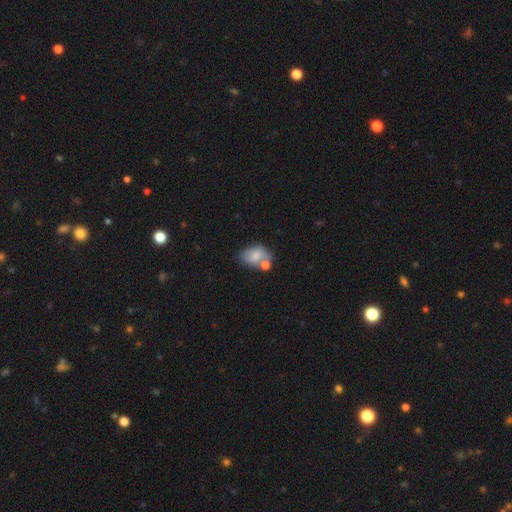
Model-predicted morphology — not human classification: This appears to be a smooth galaxy with no disk features (72%) that is in between round and cigar-shaped (80%). Merging: none (40%).